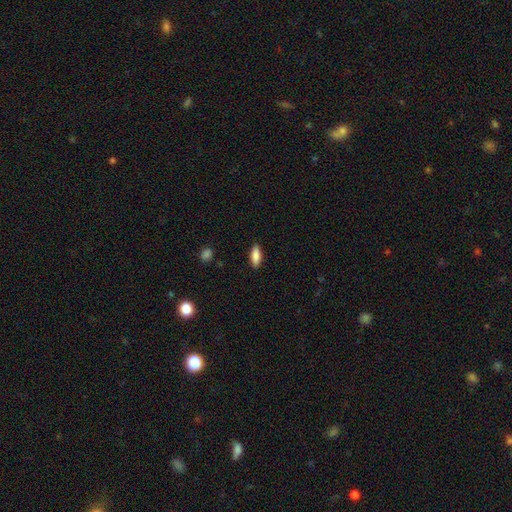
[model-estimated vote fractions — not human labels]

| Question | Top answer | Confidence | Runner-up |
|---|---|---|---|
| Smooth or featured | smooth | 83% | featured or disk (10%) |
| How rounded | in between | 66% | cigar-shaped (32%) |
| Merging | none | 88% | minor disturbance (9%) |